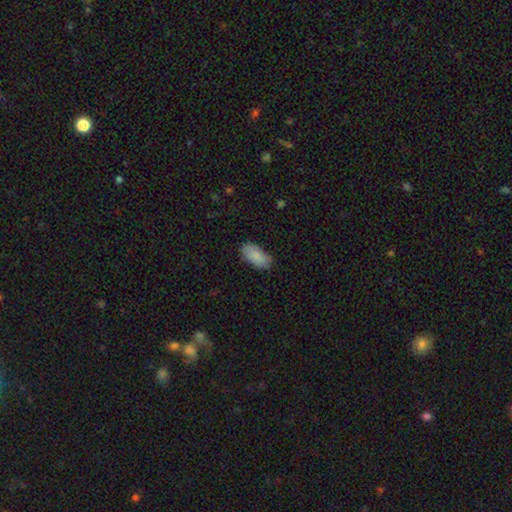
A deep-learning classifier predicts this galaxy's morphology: Smooth or featured? smooth (87%)
How rounded? in between (94%)
Merging? none (78%)